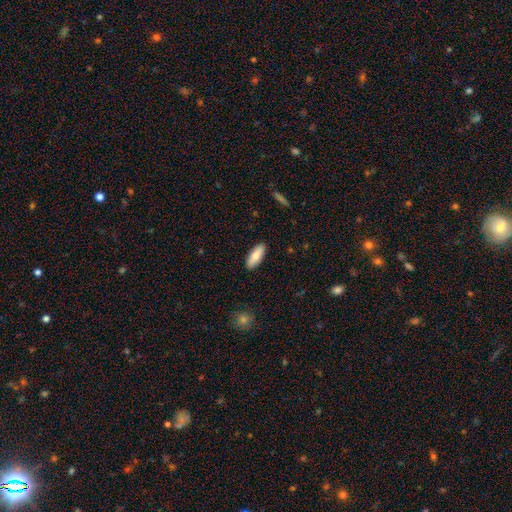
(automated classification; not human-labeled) Smooth or featured?
  - smooth: 81% *
  - featured or disk: 13%
  - star or artifact: 6%
How rounded?
  - in between: 76% *
  - cigar-shaped: 22%
  - round: 2%
Merging?
  - none: 90% *
  - minor disturbance: 8%
  - major disturbance: 2%
  - merger: 1%